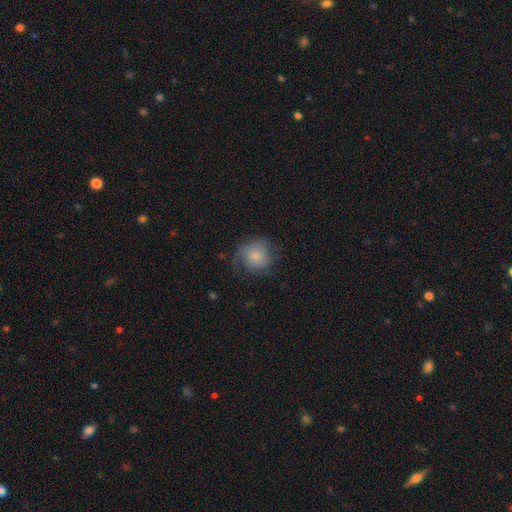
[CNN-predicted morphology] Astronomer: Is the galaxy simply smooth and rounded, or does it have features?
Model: smooth — 64%.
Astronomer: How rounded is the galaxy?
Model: round — 80%.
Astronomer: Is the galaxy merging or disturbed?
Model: none — 53%.